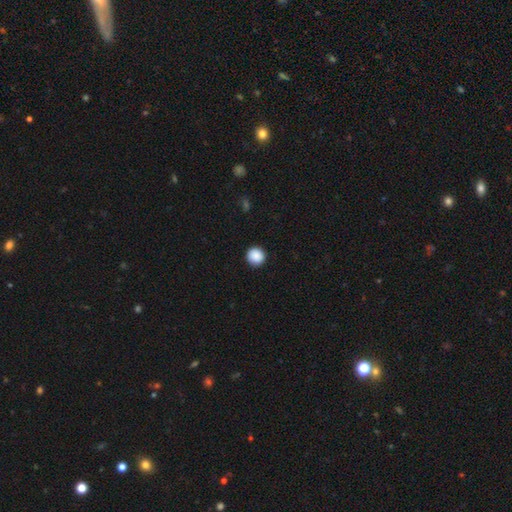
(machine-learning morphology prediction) smooth 89%, star or artifact 9%, featured or disk 3%. Down the decision tree: how rounded — round (96%); merging — none (92%).